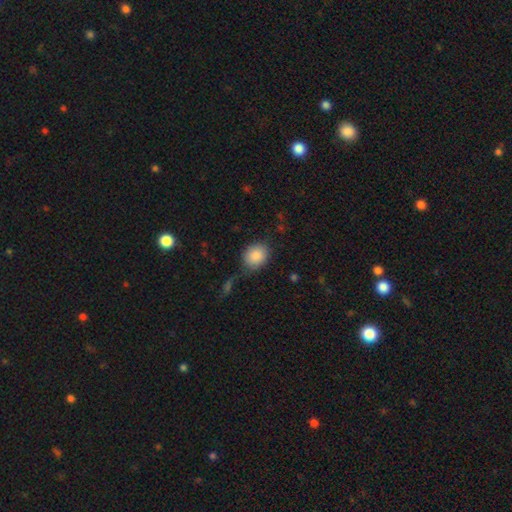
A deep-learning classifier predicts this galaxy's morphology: smooth-or-featured: smooth: 88% | star or artifact: 7% | featured or disk: 5%
  how-rounded: round: 60% | in between: 39% | cigar-shaped: 1%
  merging: none: 69% | minor disturbance: 18% | major disturbance: 7% | merger: 6%